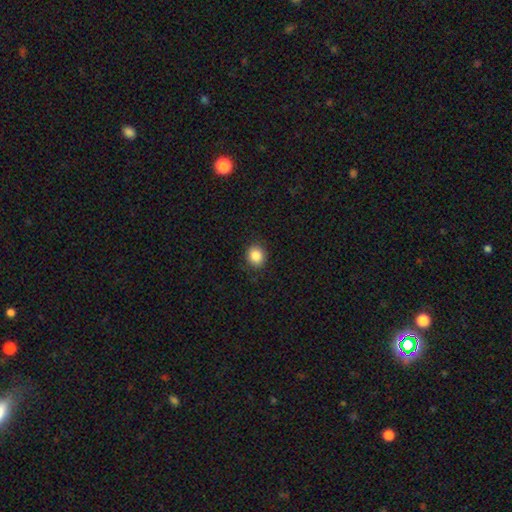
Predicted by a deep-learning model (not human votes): A smooth galaxy with no disk features (86%) that is round (79%). Merging: none (89%).